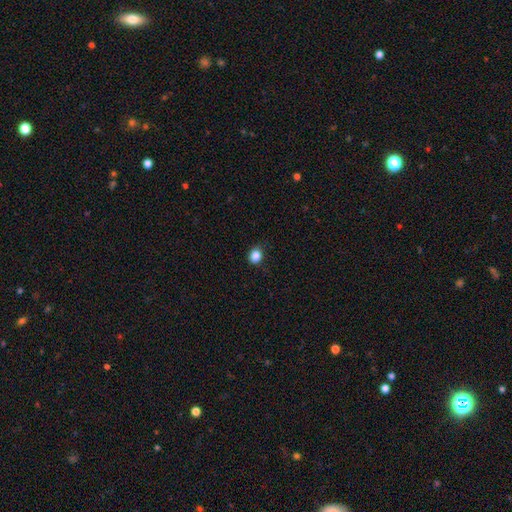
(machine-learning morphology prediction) Q: Smooth or featured?
A: smooth (85%); runner-up: star or artifact (11%)
Q: How rounded?
A: round (71%); runner-up: in between (28%)
Q: Merging?
A: none (82%); runner-up: minor disturbance (14%)